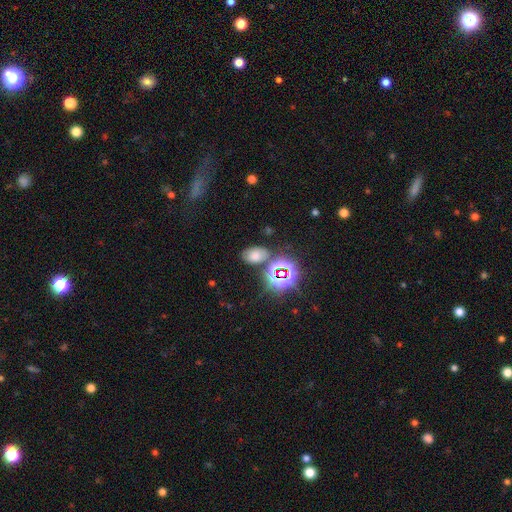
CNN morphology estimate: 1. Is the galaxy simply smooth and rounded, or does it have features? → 61% smooth, 29% star or artifact, 10% featured or disk.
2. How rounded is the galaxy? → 86% in between, 13% round, 1% cigar-shaped.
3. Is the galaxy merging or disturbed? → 72% none, 14% minor disturbance, 9% merger, 5% major disturbance.